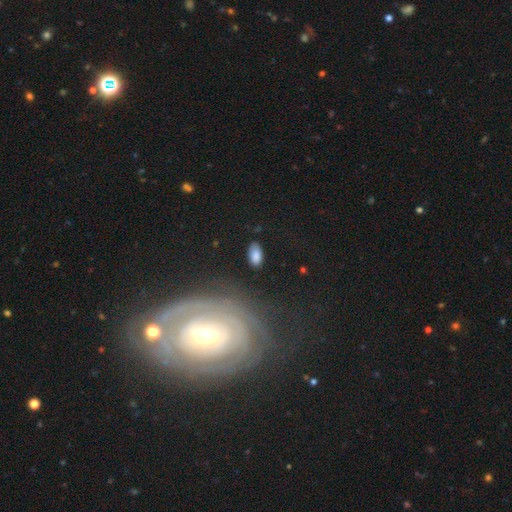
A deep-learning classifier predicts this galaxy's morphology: smooth_or_featured: smooth (p=0.85) [alt: star or artifact p=0.08]
how_rounded: in between (p=0.93) [alt: round p=0.04]
merging: none (p=0.83) [alt: minor disturbance p=0.12]